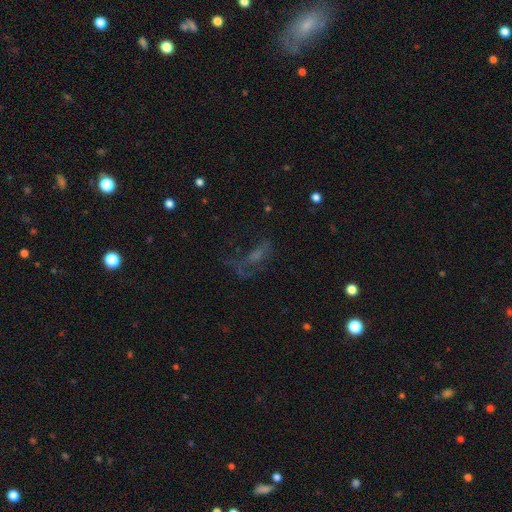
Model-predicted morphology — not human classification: A featured or disk galaxy (38%). Merging: none (40%).